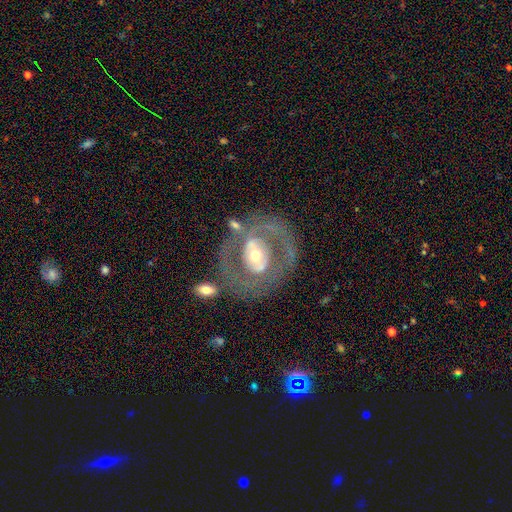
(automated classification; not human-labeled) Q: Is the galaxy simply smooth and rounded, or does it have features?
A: featured or disk — 74%.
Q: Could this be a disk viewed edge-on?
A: no — 95%.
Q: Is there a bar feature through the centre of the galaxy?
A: no — 55%.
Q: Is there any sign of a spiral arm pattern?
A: no — 54%.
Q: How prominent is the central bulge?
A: moderate — 64%.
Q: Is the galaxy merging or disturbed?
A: none — 65%.